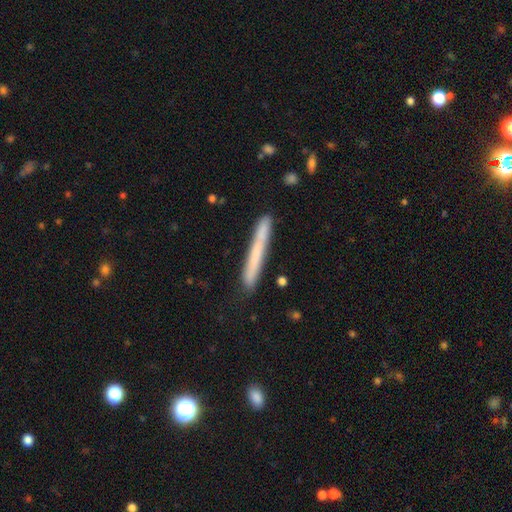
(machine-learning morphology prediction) Smooth or featured: smooth — 66% (featured or disk — 28%)
How rounded: cigar-shaped — 97% (in between — 2%)
Merging: none — 85% (minor disturbance — 11%)